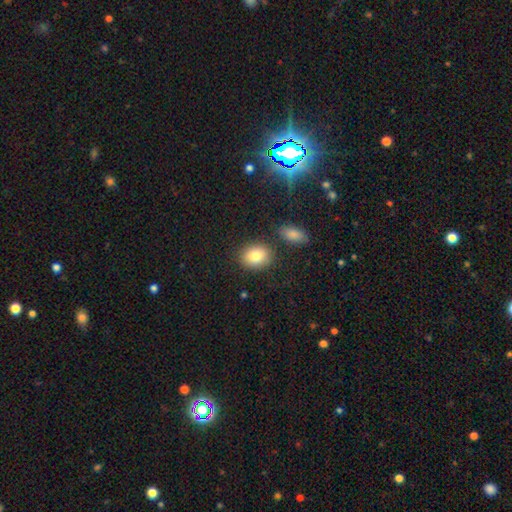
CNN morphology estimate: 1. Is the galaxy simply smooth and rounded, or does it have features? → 83% smooth, 9% featured or disk, 8% star or artifact.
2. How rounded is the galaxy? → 58% in between, 40% round, 1% cigar-shaped.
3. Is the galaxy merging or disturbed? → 80% none, 10% minor disturbance, 7% merger, 3% major disturbance.